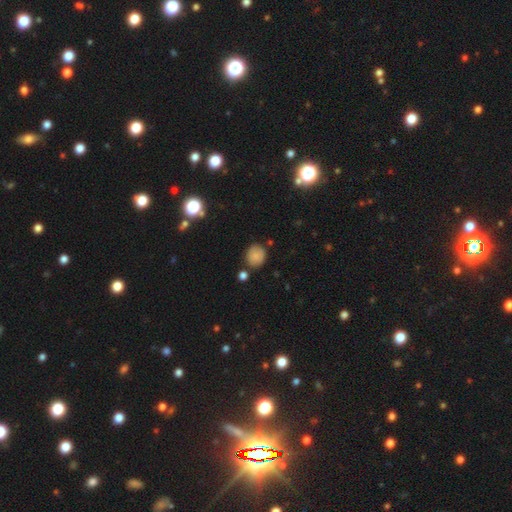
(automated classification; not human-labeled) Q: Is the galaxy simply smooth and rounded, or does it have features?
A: smooth — 81%.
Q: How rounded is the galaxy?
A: round — 75%.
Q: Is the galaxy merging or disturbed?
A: none — 78%.